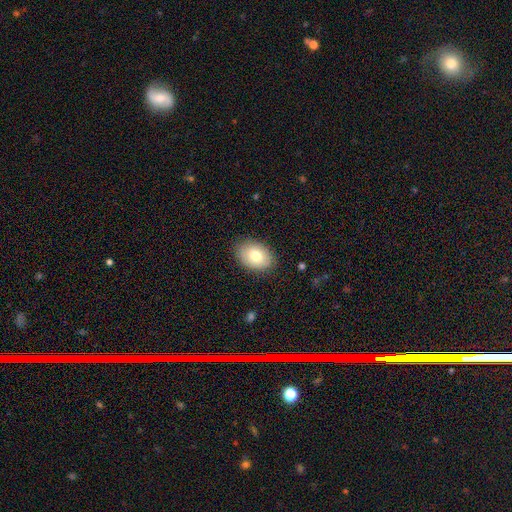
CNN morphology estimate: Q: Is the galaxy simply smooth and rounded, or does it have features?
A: smooth — 76%.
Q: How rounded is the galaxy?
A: in between — 82%.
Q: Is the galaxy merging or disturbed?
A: none — 86%.